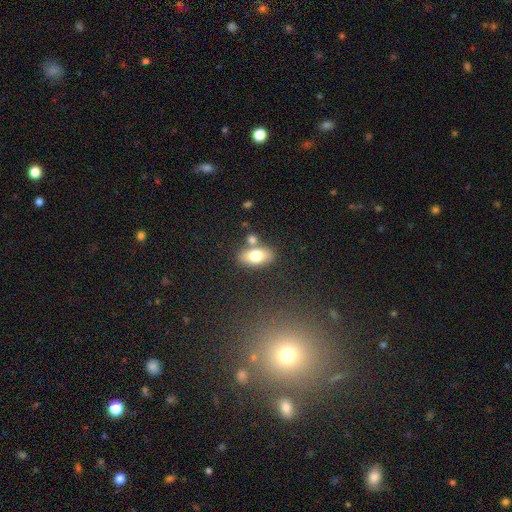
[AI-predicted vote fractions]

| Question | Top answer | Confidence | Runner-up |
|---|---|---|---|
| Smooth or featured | smooth | 73% | featured or disk (19%) |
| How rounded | in between | 88% | round (8%) |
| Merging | none | 68% | merger (17%) |